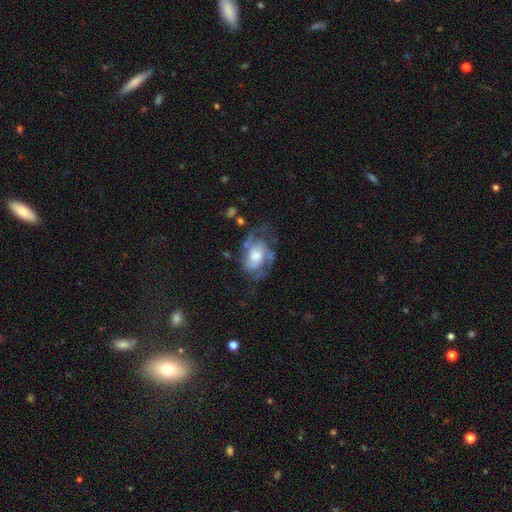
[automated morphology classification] This is likely a featured or disk galaxy (73%). It is clearly not viewed edge-on (97%). Bar: likely no (63%). Spiral arm pattern: clearly yes (84%). Spiral arm count: possibly 2 (57%). Spiral winding: possibly medium (46%). Central bulge: marginally moderate (45%). Merging: possibly none (47%).